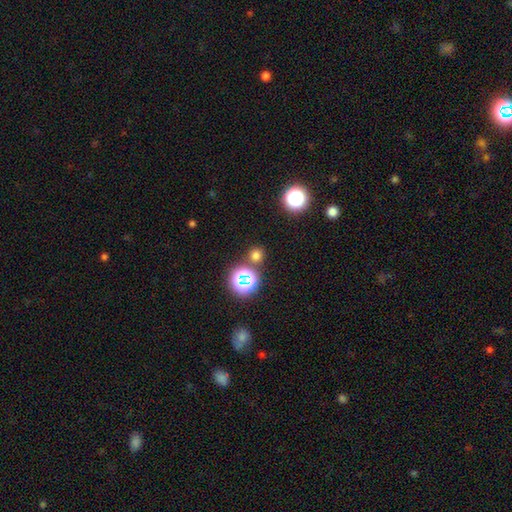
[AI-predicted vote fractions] smooth-or-featured: smooth: 67% | star or artifact: 28% | featured or disk: 5%
  how-rounded: round: 91% | in between: 8% | cigar-shaped: 1%
  merging: none: 80% | merger: 10% | minor disturbance: 7% | major disturbance: 3%